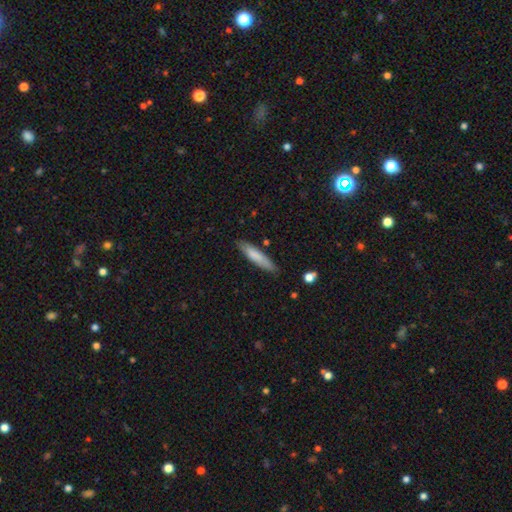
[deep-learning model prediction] This is likely a smooth galaxy (79%). How rounded: clearly cigar-shaped (81%). Merging: clearly none (84%).